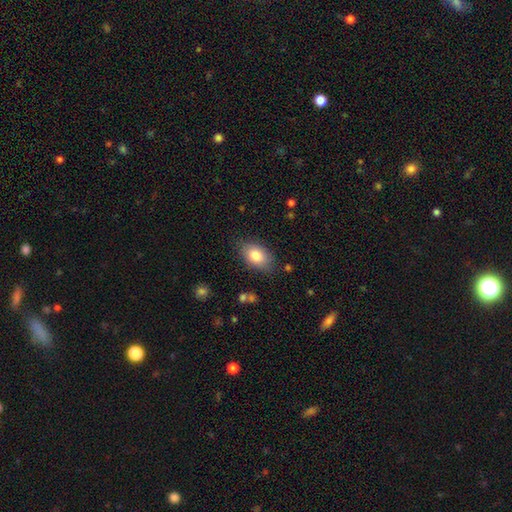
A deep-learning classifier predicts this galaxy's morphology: Smooth or featured: smooth — 80% (featured or disk — 12%)
How rounded: in between — 87% (round — 11%)
Merging: none — 81% (minor disturbance — 14%)